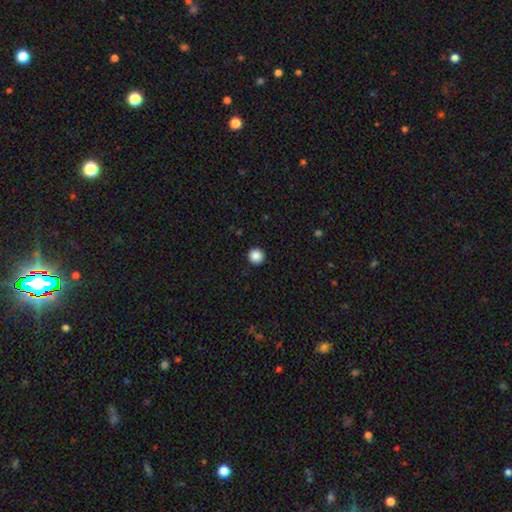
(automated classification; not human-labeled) This is clearly a smooth galaxy (87%). How rounded: clearly round (96%). Merging: clearly none (93%).